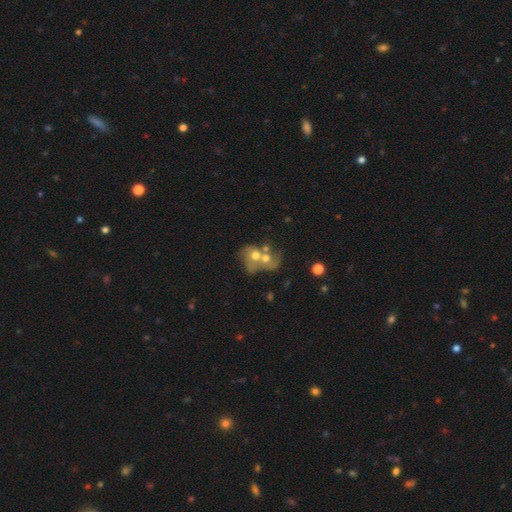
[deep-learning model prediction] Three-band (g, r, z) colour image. It shows a smooth galaxy with no disk features (48%). Merging: merger (70%).